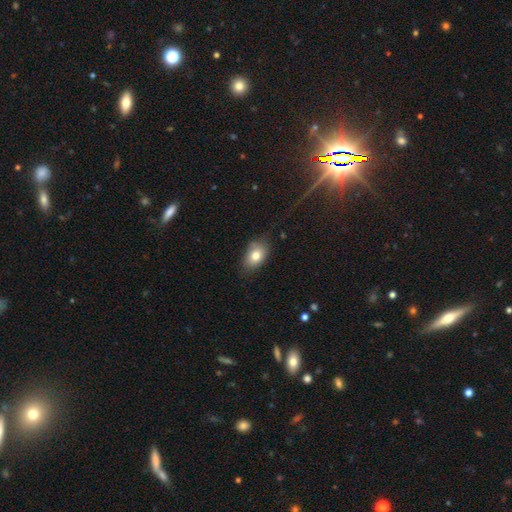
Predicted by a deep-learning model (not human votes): This is likely a smooth galaxy (79%). How rounded: clearly in between (85%). Merging: likely none (71%).